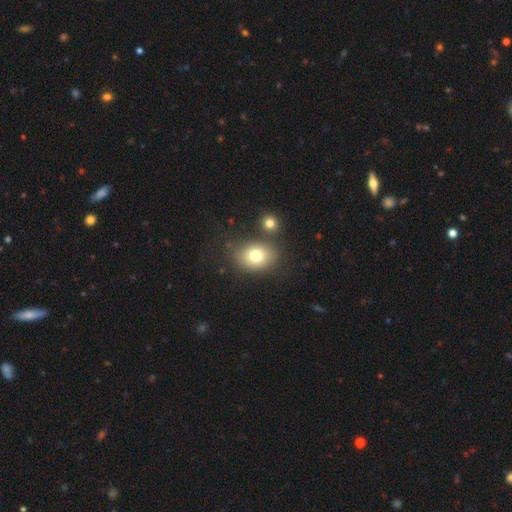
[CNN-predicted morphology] Smooth or featured: smooth — 75% (featured or disk — 14%)
How rounded: in between — 55% (round — 44%)
Merging: none — 68% (merger — 14%)